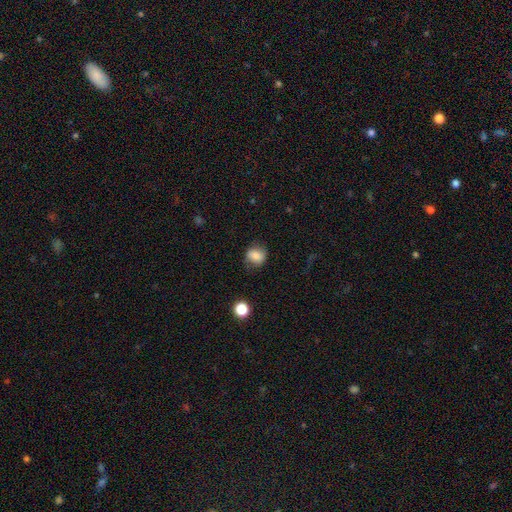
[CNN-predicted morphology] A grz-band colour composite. It shows a smooth galaxy with no disk features (79%) that is round (68%). Merging: none (72%).